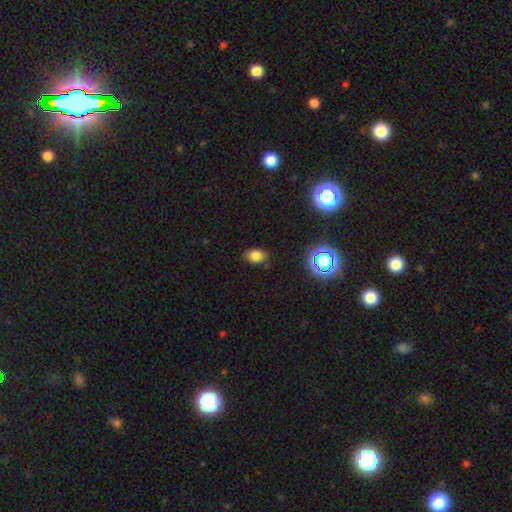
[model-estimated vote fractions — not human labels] smooth_or_featured: smooth (p=0.78) [alt: star or artifact p=0.15]
how_rounded: in between (p=0.76) [alt: round p=0.23]
merging: none (p=0.82) [alt: minor disturbance p=0.13]